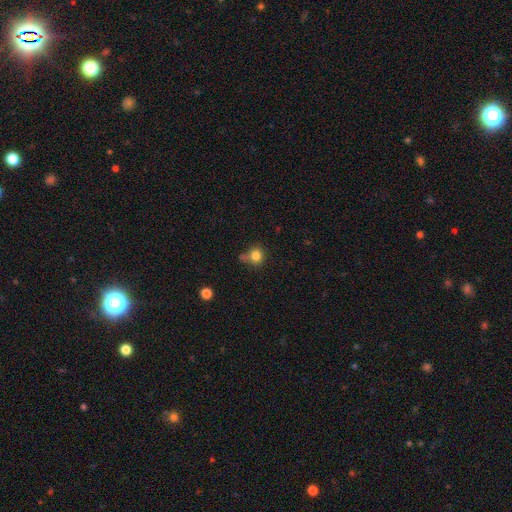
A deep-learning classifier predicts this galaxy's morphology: smooth 81%, star or artifact 12%, featured or disk 7%. Down the decision tree: how rounded — round (83%); merging — none (57%).